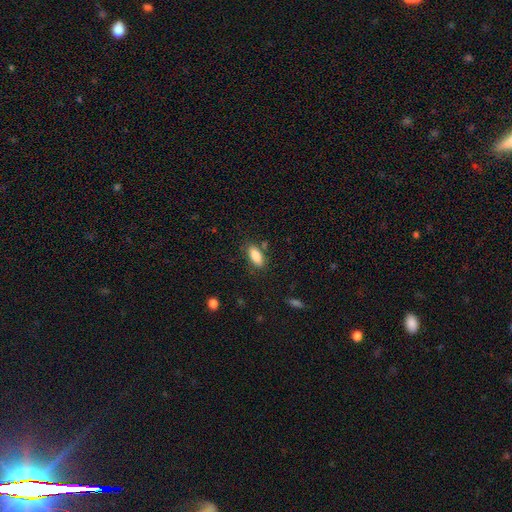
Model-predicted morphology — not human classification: smooth-or-featured: smooth: 85% | featured or disk: 8% | star or artifact: 7%
  how-rounded: in between: 82% | cigar-shaped: 16% | round: 2%
  merging: none: 81% | minor disturbance: 12% | merger: 4% | major disturbance: 3%